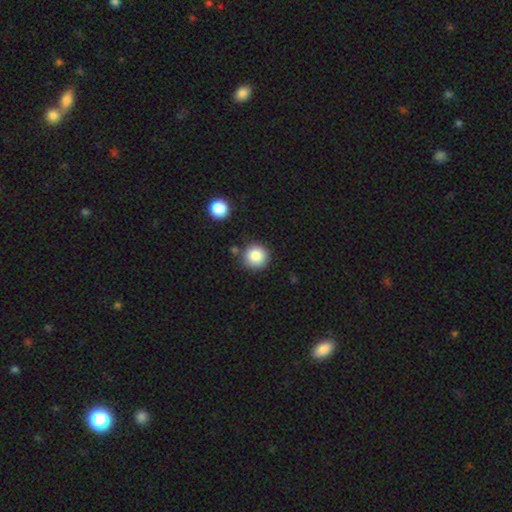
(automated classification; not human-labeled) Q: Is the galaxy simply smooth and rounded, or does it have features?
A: smooth — 85%.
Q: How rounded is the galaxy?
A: round — 95%.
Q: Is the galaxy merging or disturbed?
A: none — 85%.